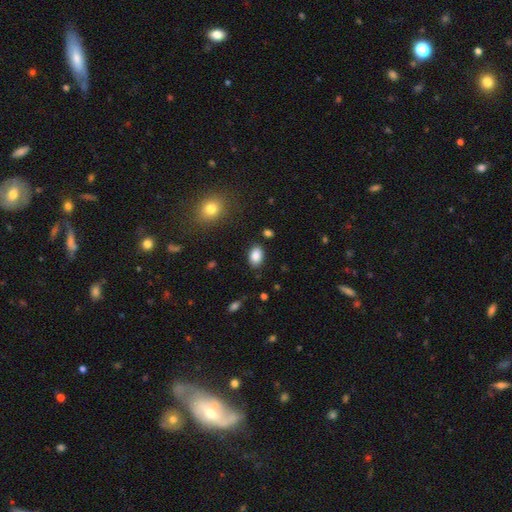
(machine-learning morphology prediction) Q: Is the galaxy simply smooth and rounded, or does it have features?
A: smooth — 87%.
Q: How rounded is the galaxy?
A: in between — 88%.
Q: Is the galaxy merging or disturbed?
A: none — 86%.